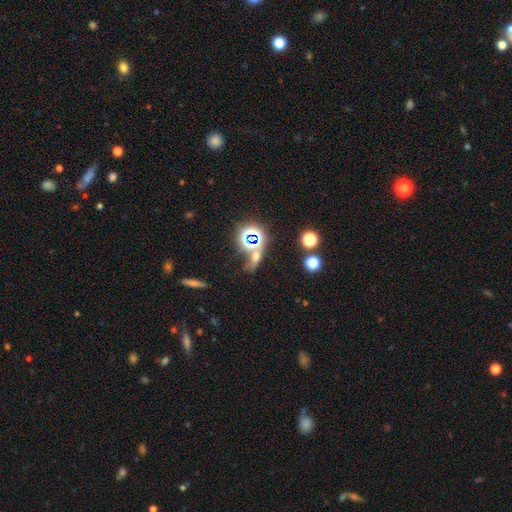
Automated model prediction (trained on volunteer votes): This is marginally a star or artifact rather than a galaxy (44%).